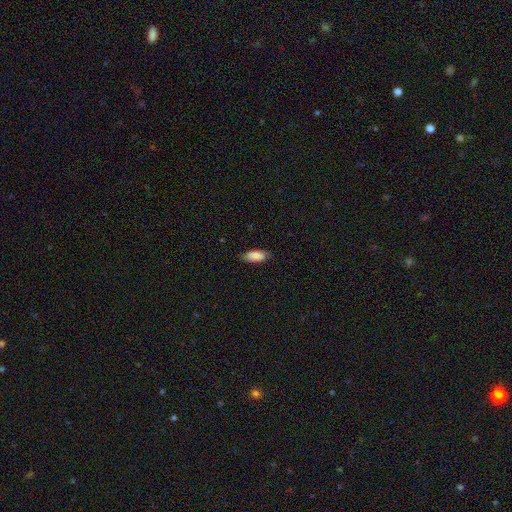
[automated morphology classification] A smooth galaxy with no disk features (88%) that is in between round and cigar-shaped (79%). Merging: none (80%).